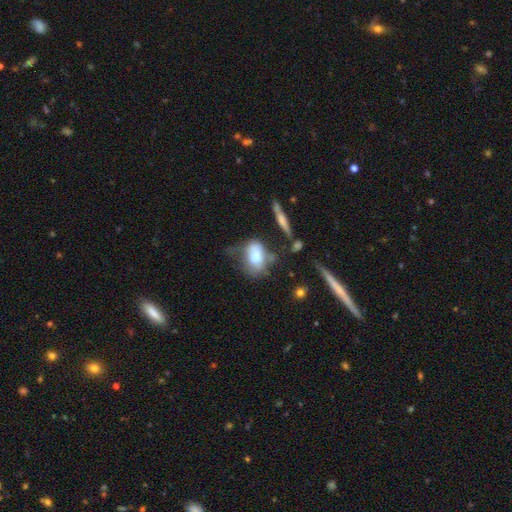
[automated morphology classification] This is likely a smooth galaxy (65%). How rounded: clearly in between (81%). Merging: marginally major disturbance (34%).